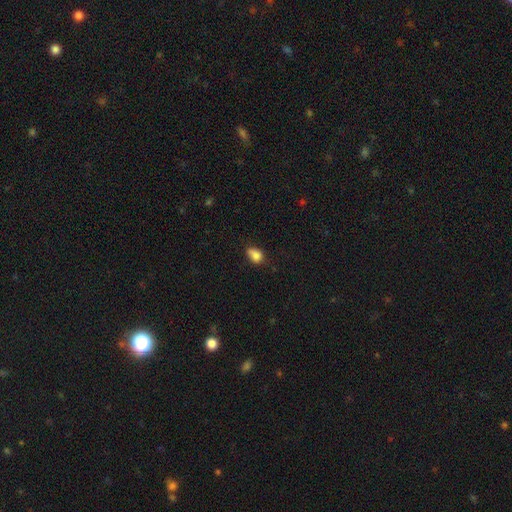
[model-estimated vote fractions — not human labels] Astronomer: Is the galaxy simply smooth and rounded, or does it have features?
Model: smooth — 82%.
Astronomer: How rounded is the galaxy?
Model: in between — 74%.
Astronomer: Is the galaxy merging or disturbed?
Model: none — 49% (runner-up: minor disturbance, 36%).